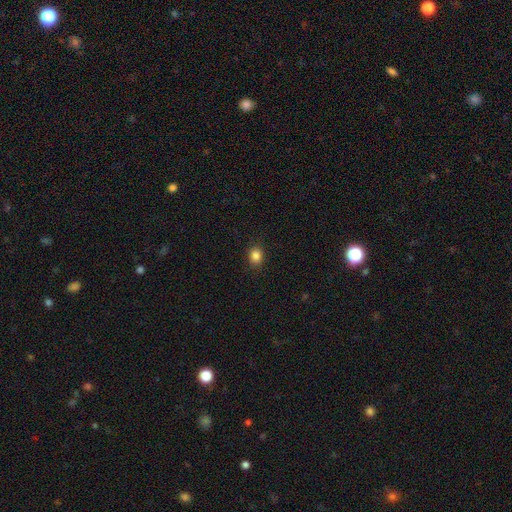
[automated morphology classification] smooth 85%, star or artifact 11%, featured or disk 4%. Down the decision tree: how rounded — round (63%); merging — none (89%).